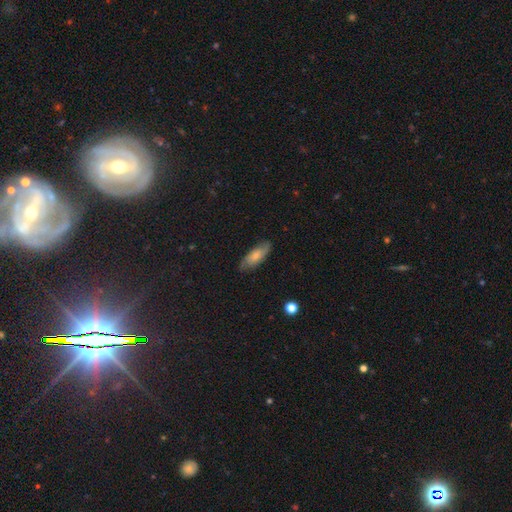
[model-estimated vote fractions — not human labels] smooth-or-featured: smooth: 59% | featured or disk: 35% | star or artifact: 7%
  how-rounded: in between: 72% | cigar-shaped: 25% | round: 3%
  merging: none: 79% | minor disturbance: 16% | major disturbance: 3% | merger: 1%